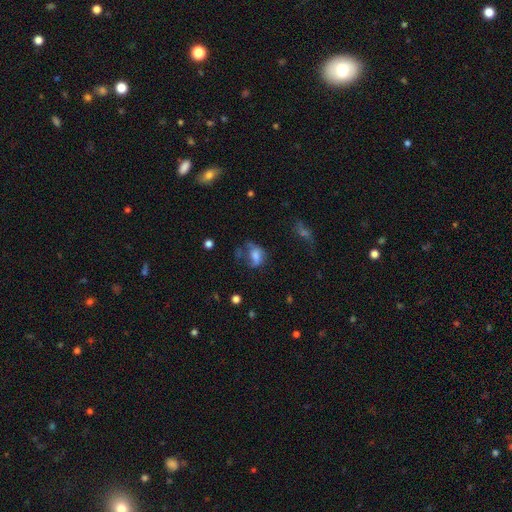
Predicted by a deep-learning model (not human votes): A smooth galaxy with no disk features (62%) that is in between round and cigar-shaped (72%). Merging: major disturbance (39%).